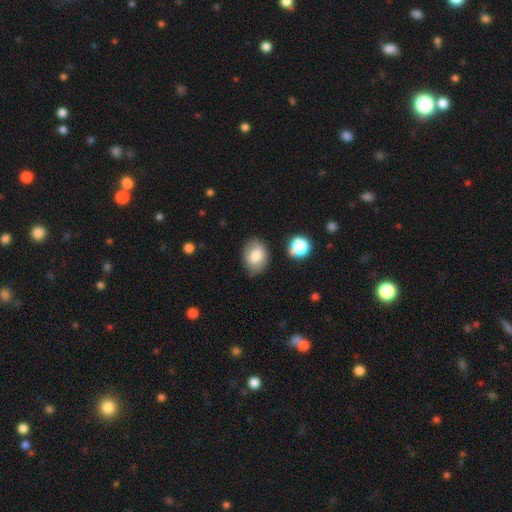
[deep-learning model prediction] smooth 80%, featured or disk 11%, star or artifact 9%. Down the decision tree: how rounded — in between (66%); merging — none (72%).